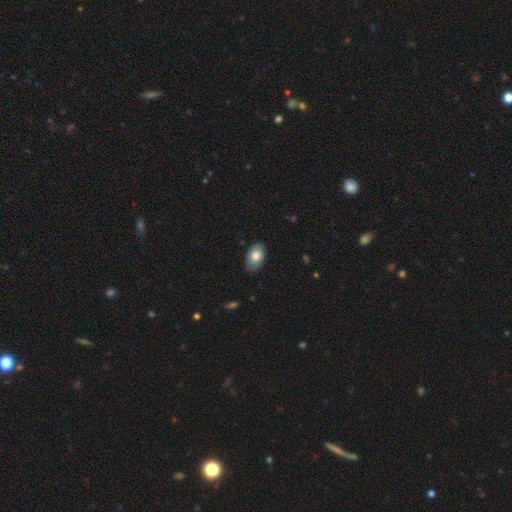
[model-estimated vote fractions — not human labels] Overall: smooth (80%). How rounded: in between (92%). Merging: none (83%).